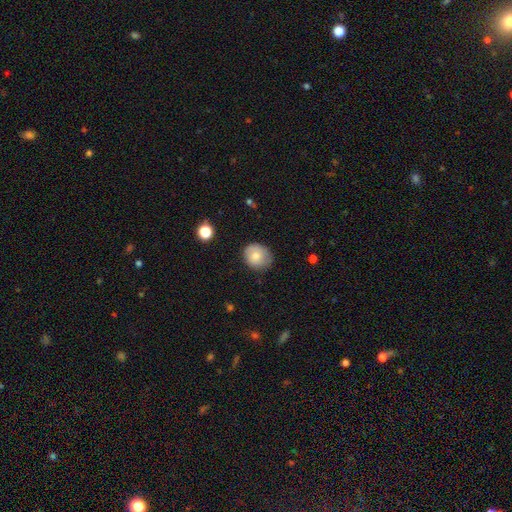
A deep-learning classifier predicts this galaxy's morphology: The model was most divided on "how rounded": round: 72%, in between: 27%, cigar-shaped: 1%. More confident: smooth or featured — smooth (78%); merging — none (78%).